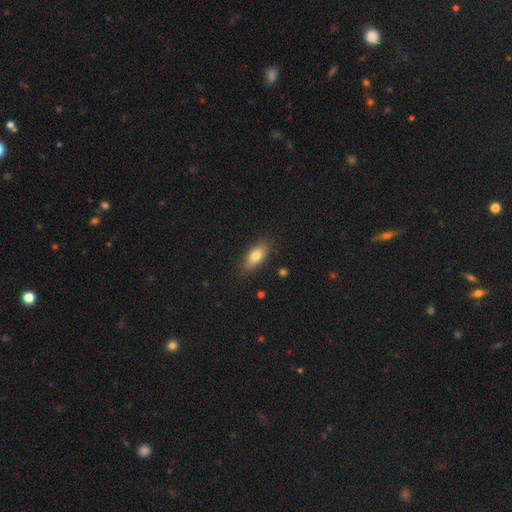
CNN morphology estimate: Overall: smooth (75%). How rounded: in between (79%). Merging: none (85%).